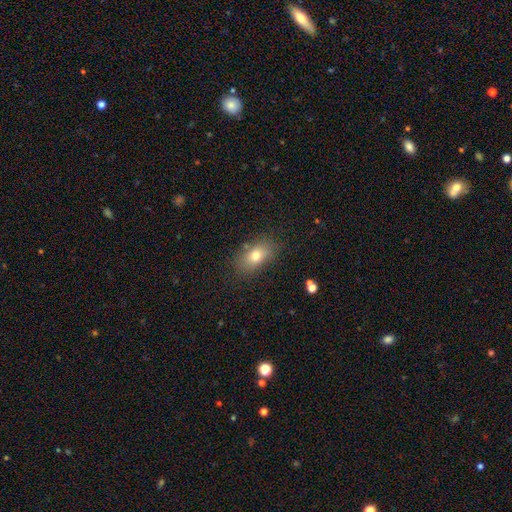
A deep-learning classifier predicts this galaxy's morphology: A smooth galaxy with no disk features (75%) that is in between round and cigar-shaped (85%). Merging: none (79%).